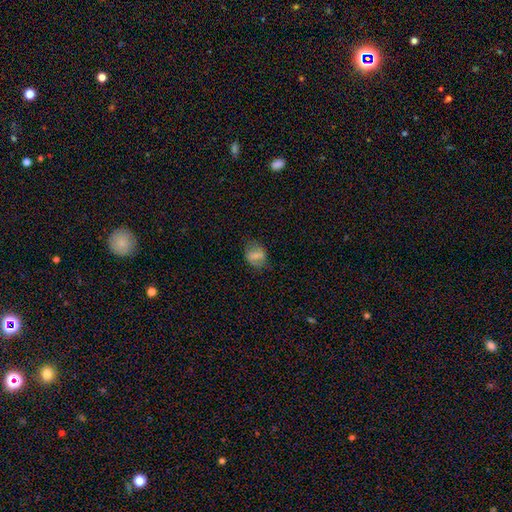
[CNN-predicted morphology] smooth_or_featured: smooth (p=0.62) [alt: featured or disk p=0.28]
how_rounded: in between (p=0.56) [alt: round p=0.42]
merging: none (p=0.68) [alt: minor disturbance p=0.22]